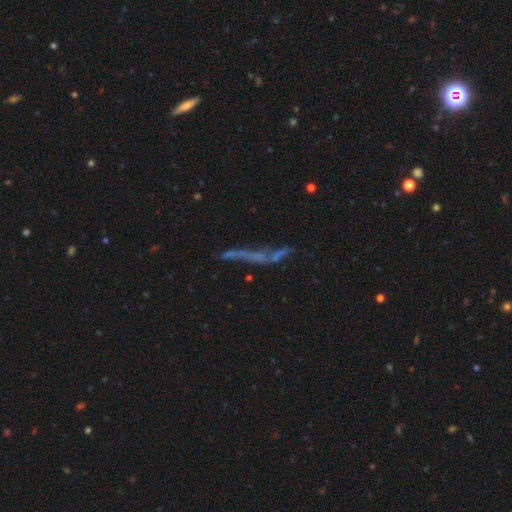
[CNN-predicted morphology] This appears to be a featured or disk galaxy (47%). Merging: none (49%).